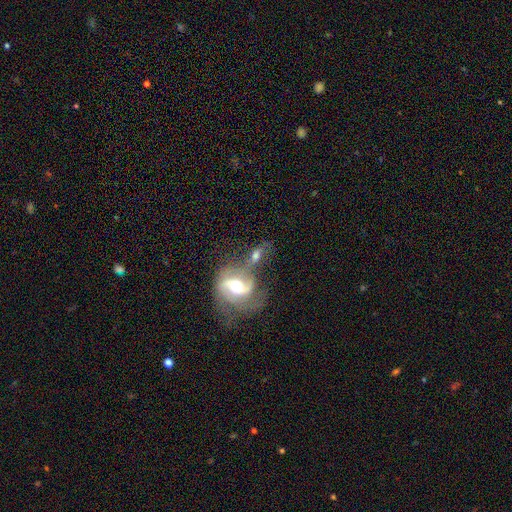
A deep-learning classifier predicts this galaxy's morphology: Overall: featured or disk (68%). Edge-on disk: no (93%). Bar: weak (43%; no 34%). Spiral arms: yes (83%). Spiral arm count: 2 (74%). Spiral winding: medium (41%; loose 39%). Bulge size: moderate (70%). Merging: merger (46%; none 28%).